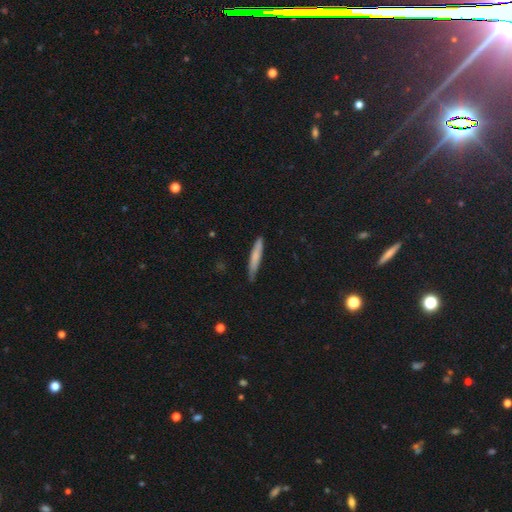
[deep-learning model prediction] A smooth galaxy with no disk features (71%) that is cigar-shaped (94%). Merging: none (80%).